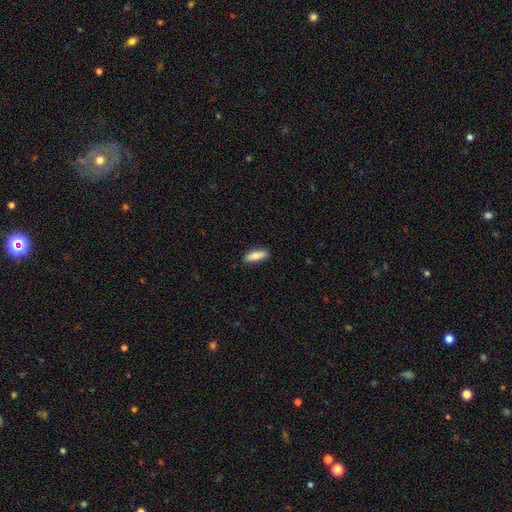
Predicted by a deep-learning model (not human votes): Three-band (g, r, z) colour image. It shows a smooth galaxy with no disk features (86%) that is in between round and cigar-shaped (59%). Merging: none (89%).